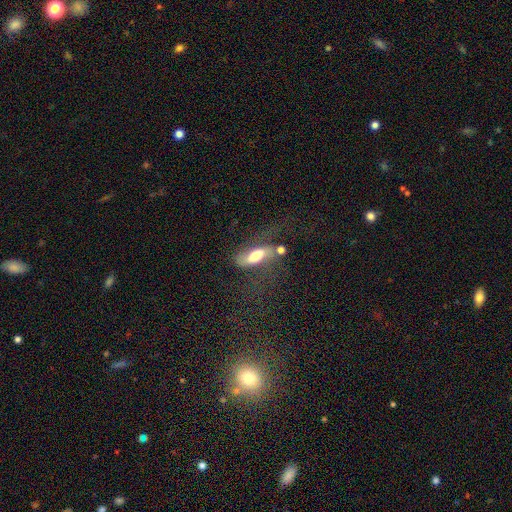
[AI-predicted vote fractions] Smooth or featured?
  - smooth: 53% *
  - featured or disk: 39%
  - star or artifact: 8%
How rounded?
  - in between: 69% *
  - cigar-shaped: 28%
  - round: 4%
Merging?
  - none: 39% *
  - major disturbance: 27%
  - minor disturbance: 22%
  - merger: 12%